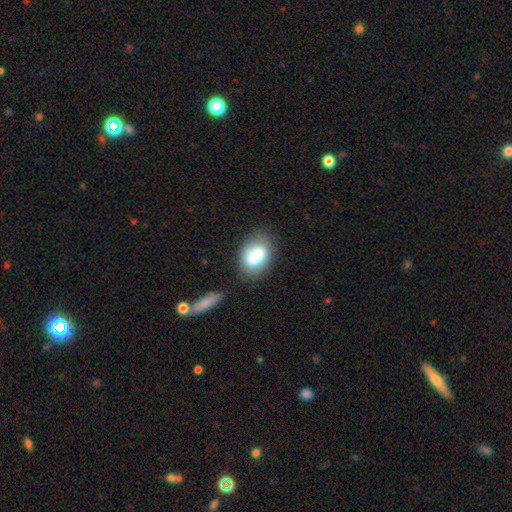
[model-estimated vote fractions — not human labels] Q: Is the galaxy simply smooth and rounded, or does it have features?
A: smooth — 71%.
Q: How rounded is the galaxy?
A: in between — 84%.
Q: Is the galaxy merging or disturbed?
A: none — 68%.